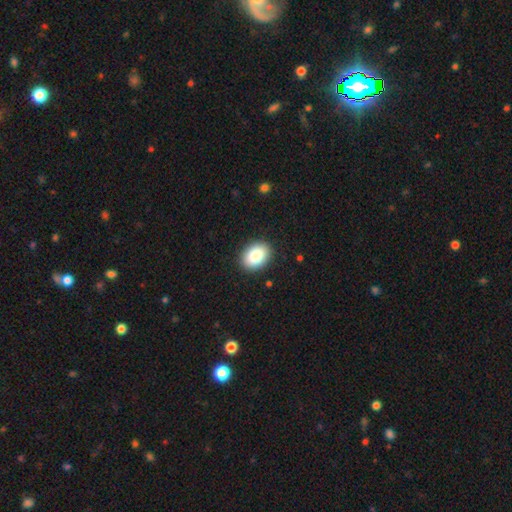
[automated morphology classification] This appears to be a smooth galaxy with no disk features (83%) that is in between round and cigar-shaped (73%). Merging: none (90%).